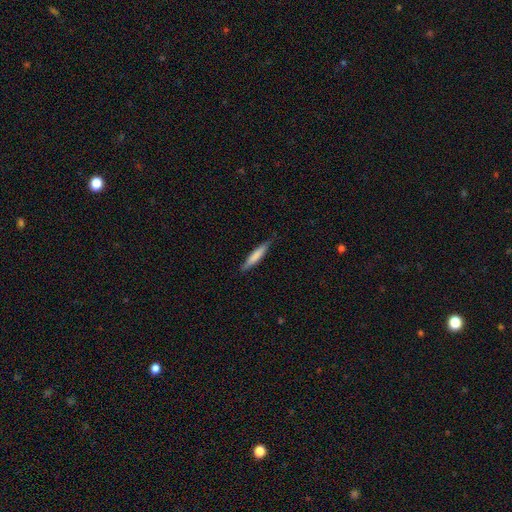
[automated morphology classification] Smooth or featured? smooth (74%)
How rounded? cigar-shaped (91%)
Merging? none (85%)